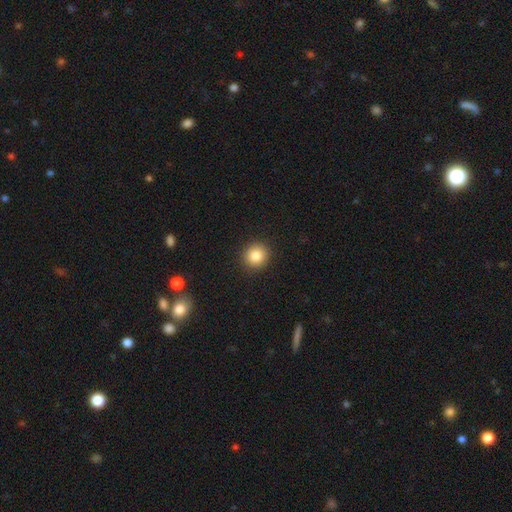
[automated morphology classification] This is clearly a smooth galaxy (85%). How rounded: clearly round (89%). Merging: clearly none (91%).